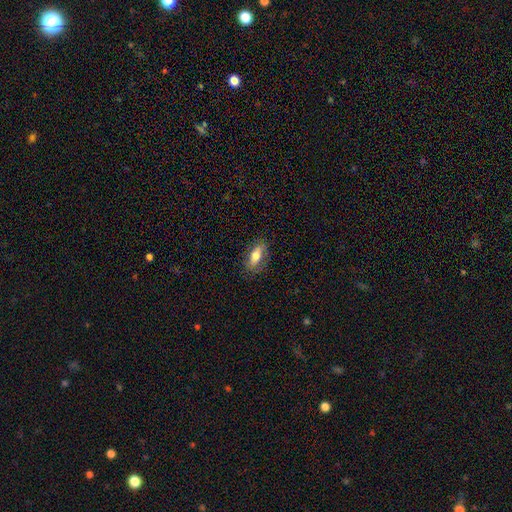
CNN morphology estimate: This is likely a smooth galaxy (65%). How rounded: likely in between (78%). Merging: likely none (78%).